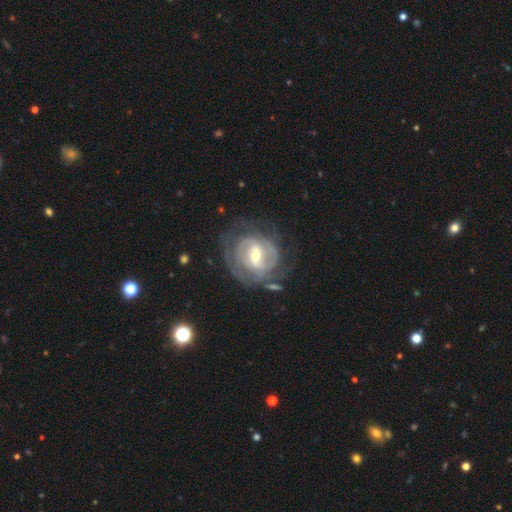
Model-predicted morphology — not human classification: Q: Smooth or featured?
A: featured or disk (86%); runner-up: smooth (9%)
Q: Edge-on disk?
A: no (97%); runner-up: yes (3%)
Q: Bar?
A: weak (52%); runner-up: strong (28%)
Q: Spiral arms?
A: yes (92%); runner-up: no (8%)
Q: Spiral winding?
A: tight (63%); runner-up: medium (29%)
Q: Spiral arm count?
A: 2 (37%); runner-up: can't tell (32%)
Q: Bulge size?
A: moderate (54%); runner-up: small (41%)
Q: Merging?
A: none (63%); runner-up: minor disturbance (19%)